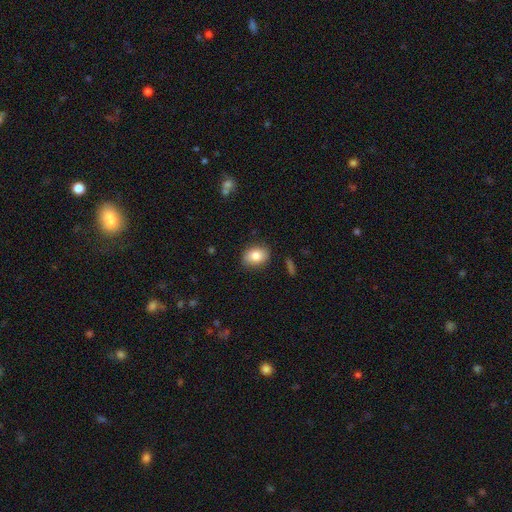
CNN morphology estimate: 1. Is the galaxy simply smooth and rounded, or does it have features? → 82% smooth, 10% featured or disk, 8% star or artifact.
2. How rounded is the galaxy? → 67% in between, 32% round, 1% cigar-shaped.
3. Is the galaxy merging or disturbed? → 84% none, 12% minor disturbance, 3% major disturbance, 1% merger.